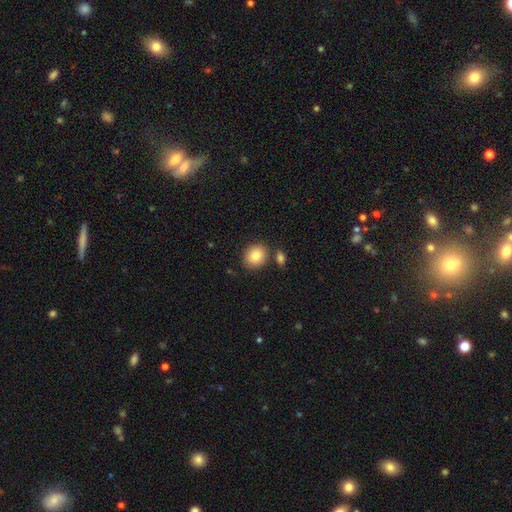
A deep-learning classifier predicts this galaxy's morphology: A smooth galaxy with no disk features (83%) that is round (75%).

Vote fractions:
- Smooth or featured? smooth: 83% / star or artifact: 9% / featured or disk: 8%
- How rounded? round: 75% / in between: 25% / cigar-shaped: 1%
- Merging? none: 79% / merger: 9% / minor disturbance: 9% / major disturbance: 3%